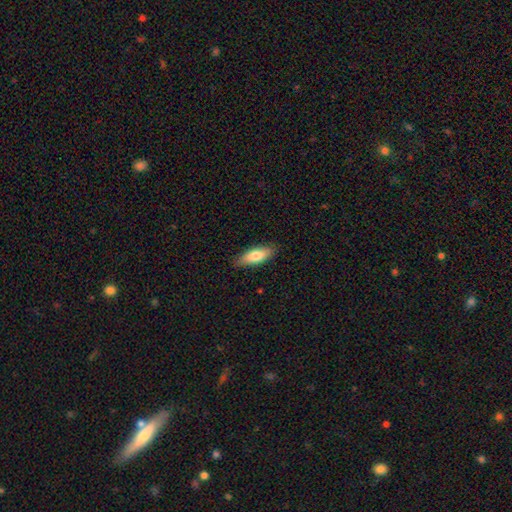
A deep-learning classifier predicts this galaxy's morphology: Smooth or featured?
  - smooth: 78% *
  - featured or disk: 16%
  - star or artifact: 6%
How rounded?
  - in between: 66% *
  - cigar-shaped: 32%
  - round: 2%
Merging?
  - none: 86% *
  - minor disturbance: 11%
  - major disturbance: 2%
  - merger: 1%